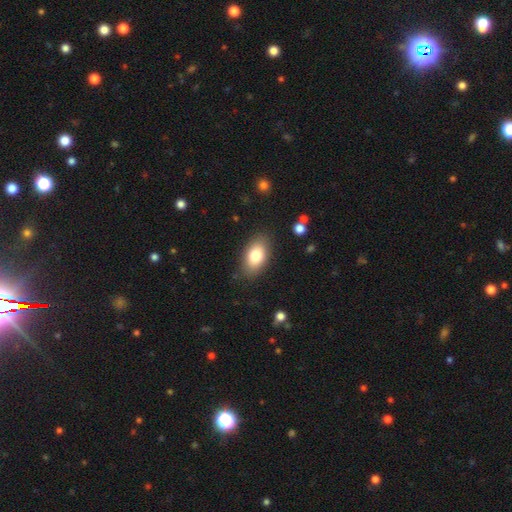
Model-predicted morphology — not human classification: The model was most divided on "smooth or featured": smooth: 80%, featured or disk: 13%, star or artifact: 7%. More confident: how rounded — in between (92%); merging — none (84%).